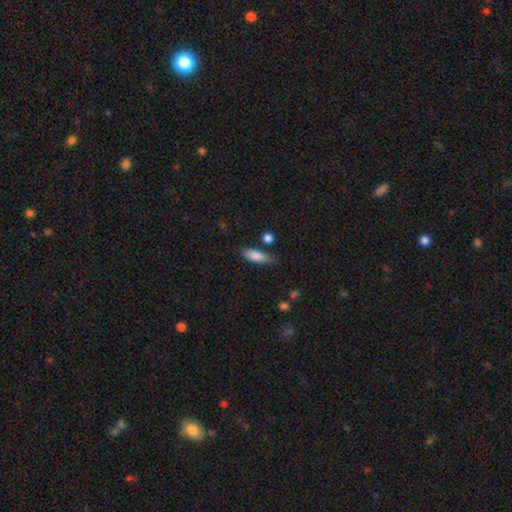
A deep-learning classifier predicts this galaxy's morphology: A smooth galaxy with no disk features (84%) that is in between round and cigar-shaped (64%).

Vote fractions:
- Smooth or featured? smooth: 84% / featured or disk: 9% / star or artifact: 7%
- How rounded? in between: 64% / cigar-shaped: 34% / round: 2%
- Merging? none: 69% / minor disturbance: 21% / merger: 5% / major disturbance: 5%